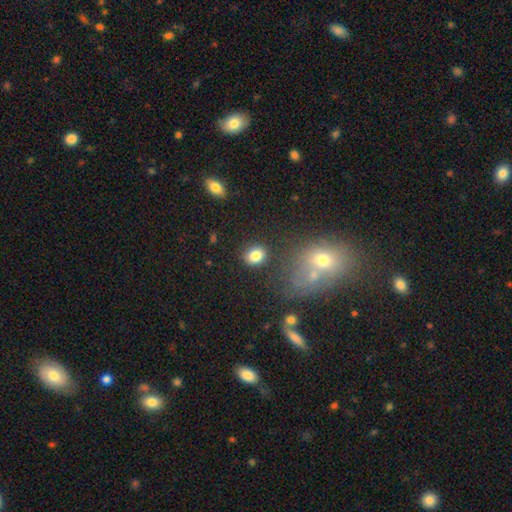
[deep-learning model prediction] This appears to be a smooth galaxy with no disk features (83%) that is round (52%). Merging: none (83%).